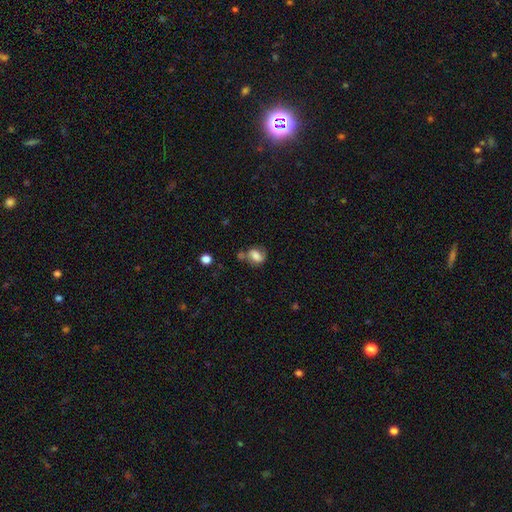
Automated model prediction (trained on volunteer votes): This appears to be a smooth galaxy with no disk features (65%) that is in between round and cigar-shaped (70%). Merging: none (41%).